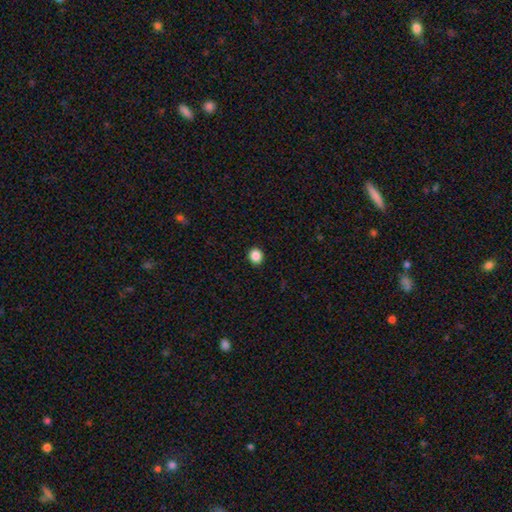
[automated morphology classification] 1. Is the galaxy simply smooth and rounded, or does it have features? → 87% smooth, 10% star or artifact, 3% featured or disk.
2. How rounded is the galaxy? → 77% round, 22% in between, 1% cigar-shaped.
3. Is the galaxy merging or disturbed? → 93% none, 5% minor disturbance, 2% major disturbance, 1% merger.